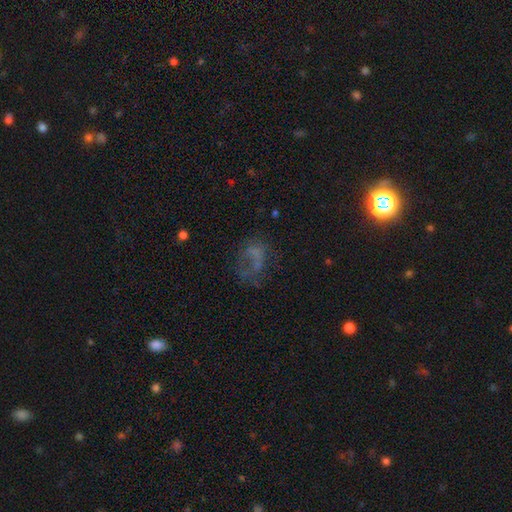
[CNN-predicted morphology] smooth-or-featured: smooth: 40% | featured or disk: 36% | star or artifact: 24%
  merging: none: 38% (tied) | major disturbance: 38% (tied) | minor disturbance: 18% | merger: 5%